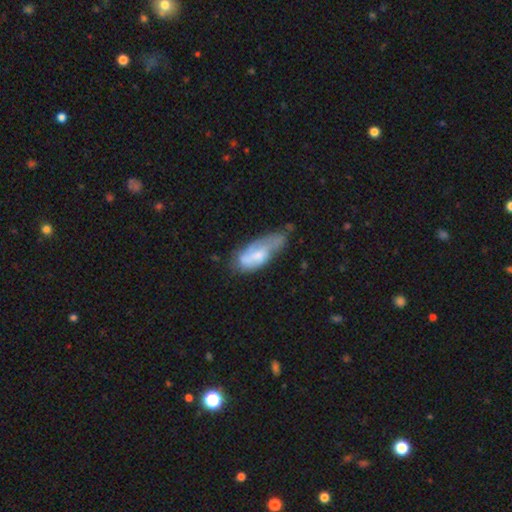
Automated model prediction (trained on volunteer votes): Smooth or featured? smooth (51%)
How rounded? in between (78%)
Merging? minor disturbance (36%)